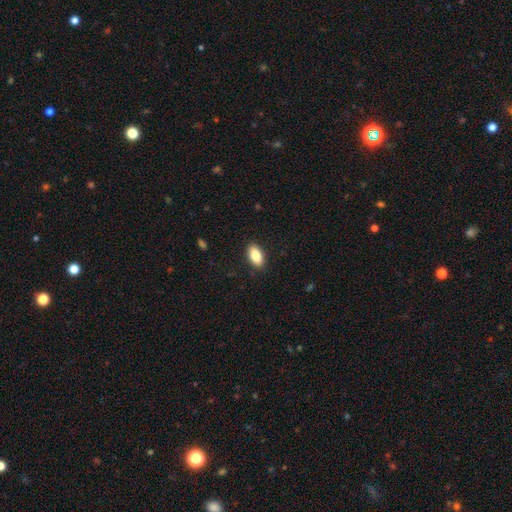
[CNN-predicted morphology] Smooth or featured? smooth (84%)
How rounded? in between (91%)
Merging? none (89%)